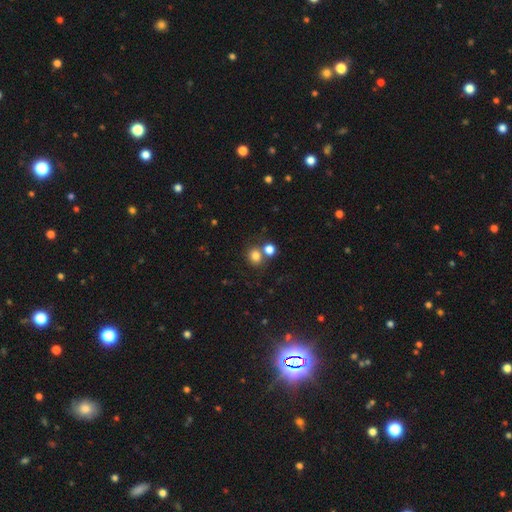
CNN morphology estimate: smooth-or-featured: smooth: 79% | star or artifact: 13% | featured or disk: 8%
  how-rounded: round: 78% | in between: 22% | cigar-shaped: 1%
  merging: none: 59% | merger: 29% | minor disturbance: 9% | major disturbance: 4%